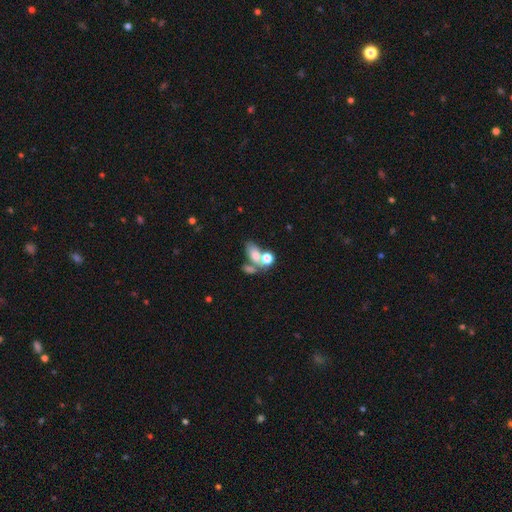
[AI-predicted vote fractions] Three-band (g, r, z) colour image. It shows a smooth galaxy with no disk features (66%) that is in between round and cigar-shaped (75%). Merging: merger (46%).